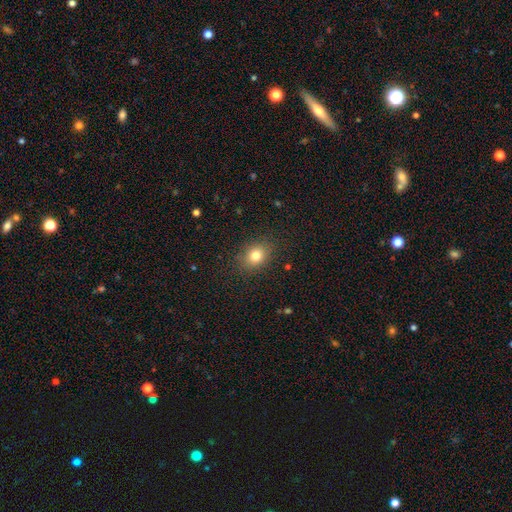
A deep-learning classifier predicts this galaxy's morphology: The model was most divided on "how rounded": in between: 51%, round: 48%, cigar-shaped: 1%. More confident: merging — none (86%); smooth or featured — smooth (80%).